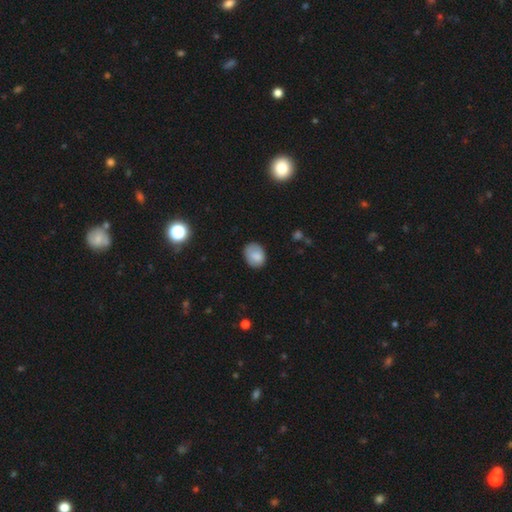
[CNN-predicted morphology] smooth 81%, featured or disk 11%, star or artifact 8%. Down the decision tree: how rounded — in between (62%); merging — none (71%).